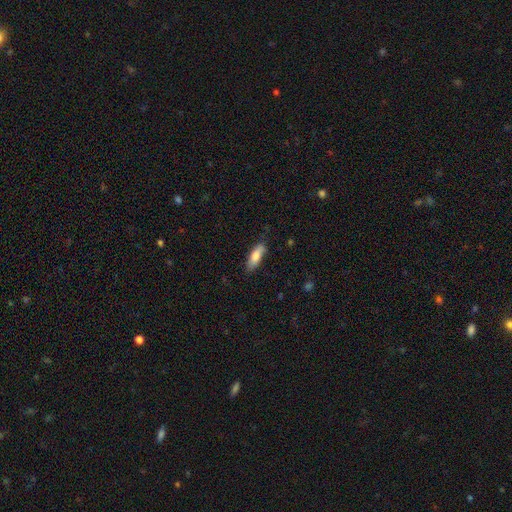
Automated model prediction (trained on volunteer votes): Overall: smooth (77%). How rounded: in between (58%; cigar-shaped 39%). Merging: none (73%).